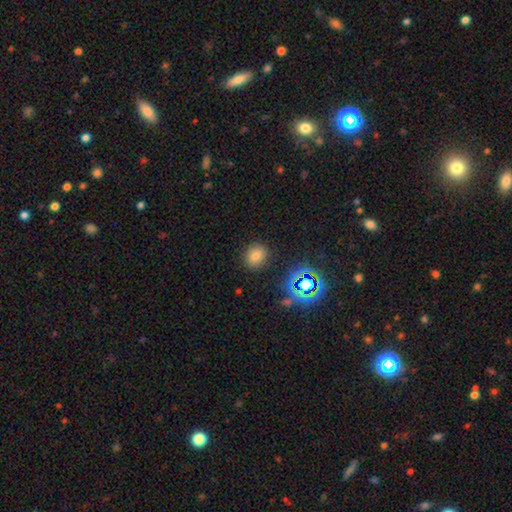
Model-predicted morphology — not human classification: This is likely a smooth galaxy (71%). How rounded: likely round (69%). Merging: clearly none (87%).